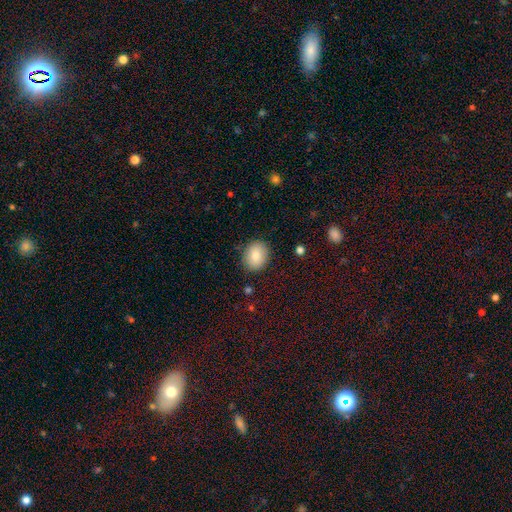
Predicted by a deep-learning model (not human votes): smooth_or_featured: smooth (p=0.82) [alt: featured or disk p=0.10]
how_rounded: round (p=0.52) [alt: in between p=0.47]
merging: none (p=0.86) [alt: minor disturbance p=0.10]